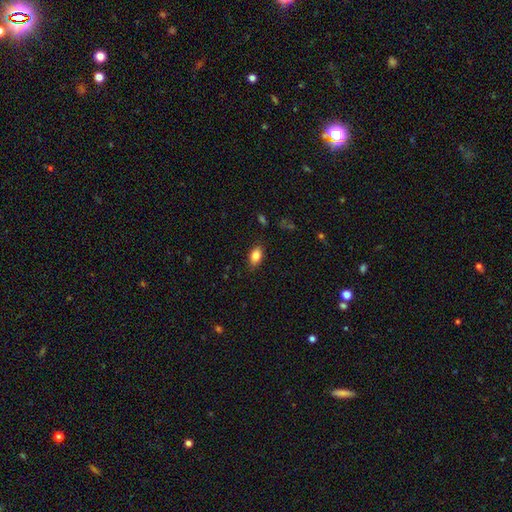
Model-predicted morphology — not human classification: type=smooth (84%); roundness=in between (88%); merging=none (85%).